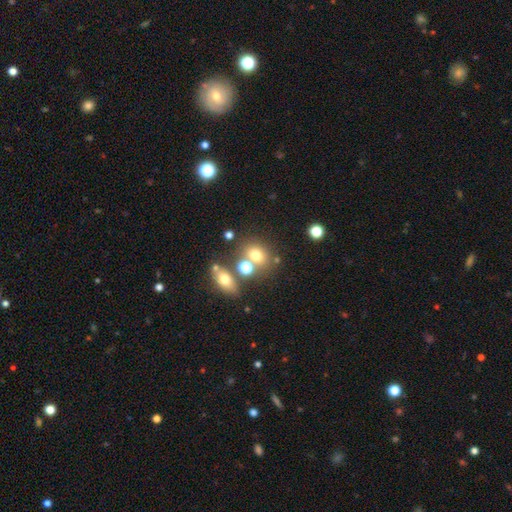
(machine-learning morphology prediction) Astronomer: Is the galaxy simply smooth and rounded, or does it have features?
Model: smooth — 68%.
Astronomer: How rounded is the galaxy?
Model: round — 64%.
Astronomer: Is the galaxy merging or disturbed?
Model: none — 59%.